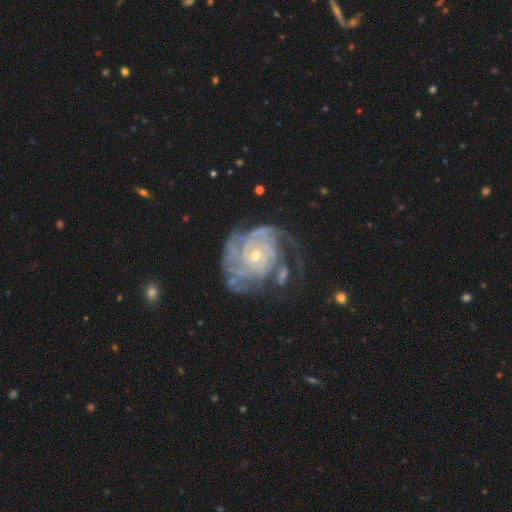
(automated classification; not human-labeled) smooth_or_featured: featured or disk (p=0.88) [alt: star or artifact p=0.06]
disk_edge_on: no (p=0.98) [alt: yes p=0.02]
bar: no (p=0.78) [alt: weak p=0.17]
has_spiral_arms: yes (p=0.95) [alt: no p=0.05]
spiral_winding: tight (p=0.70) [alt: medium p=0.23]
spiral_arm_count: can't tell (p=0.31) [alt: 4 p=0.19]
bulge_size: small (p=0.71) [alt: moderate p=0.26]
merging: none (p=0.51) [alt: major disturbance p=0.23]